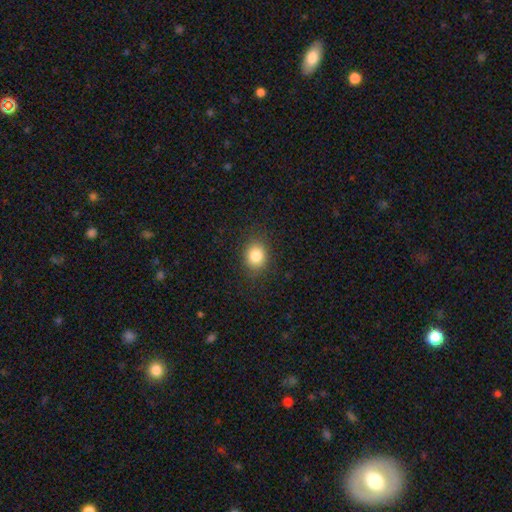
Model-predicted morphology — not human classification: Smooth or featured?
  - smooth: 84% *
  - star or artifact: 10%
  - featured or disk: 6%
How rounded?
  - round: 62% *
  - in between: 37%
  - cigar-shaped: 1%
Merging?
  - none: 87% *
  - minor disturbance: 9%
  - major disturbance: 3%
  - merger: 1%